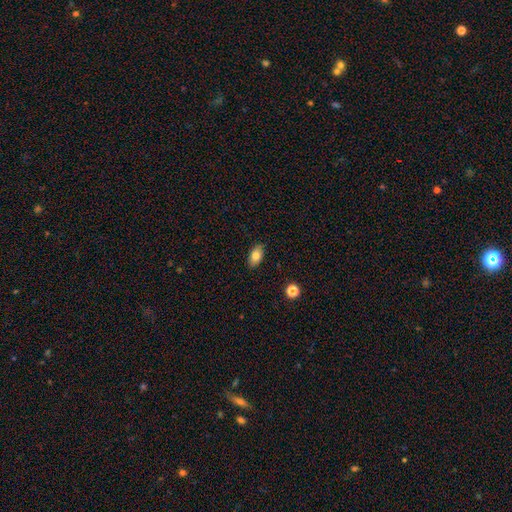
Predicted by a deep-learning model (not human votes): Smooth or featured: smooth — 81% (featured or disk — 11%)
How rounded: in between — 90% (round — 6%)
Merging: none — 86% (minor disturbance — 11%)